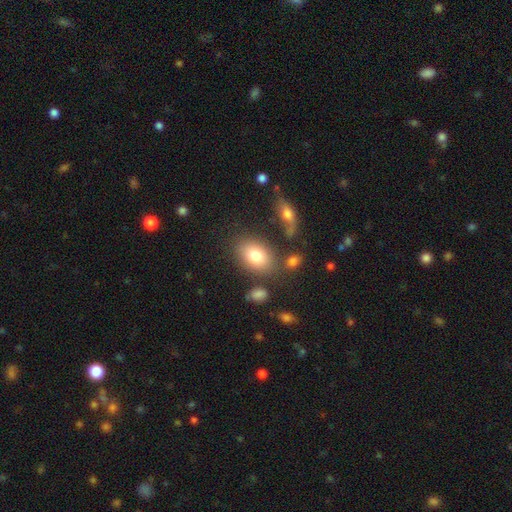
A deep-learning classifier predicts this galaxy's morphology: This is likely a smooth galaxy (79%). How rounded: likely in between (79%). Merging: likely none (75%).